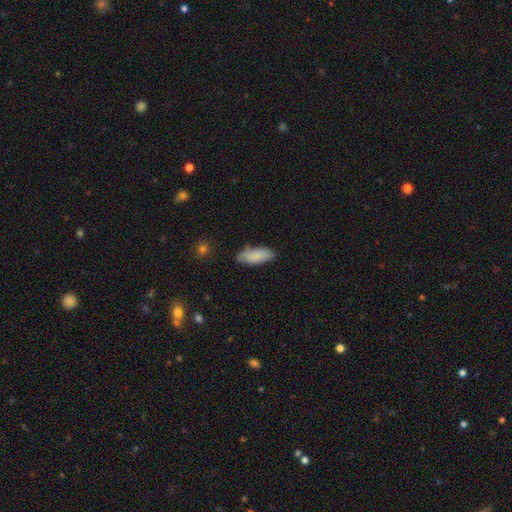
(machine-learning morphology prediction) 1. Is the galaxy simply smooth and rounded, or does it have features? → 81% smooth, 13% featured or disk, 7% star or artifact.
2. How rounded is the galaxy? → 77% in between, 21% cigar-shaped, 2% round.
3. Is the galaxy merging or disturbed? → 70% none, 23% minor disturbance, 4% major disturbance, 2% merger.